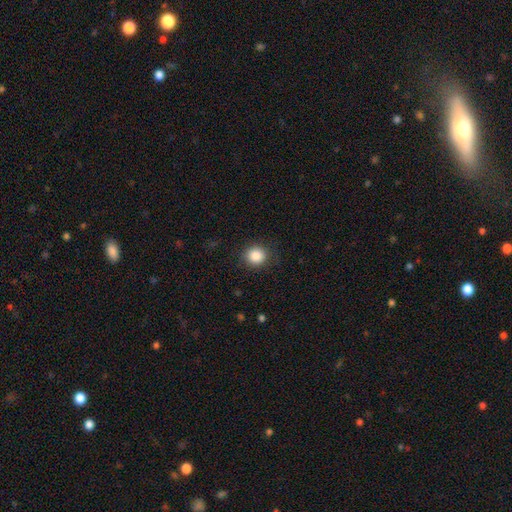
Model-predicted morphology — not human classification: Smooth or featured: smooth — 86% (star or artifact — 10%)
How rounded: round — 88% (in between — 11%)
Merging: none — 88% (minor disturbance — 9%)